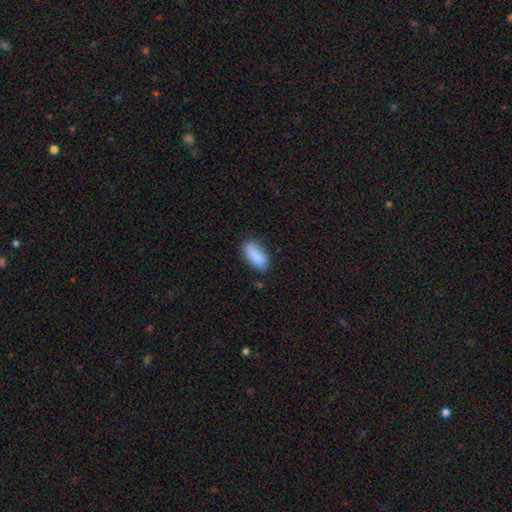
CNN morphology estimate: smooth 89%, star or artifact 7%, featured or disk 5%. Down the decision tree: how rounded — in between (85%); merging — none (76%).